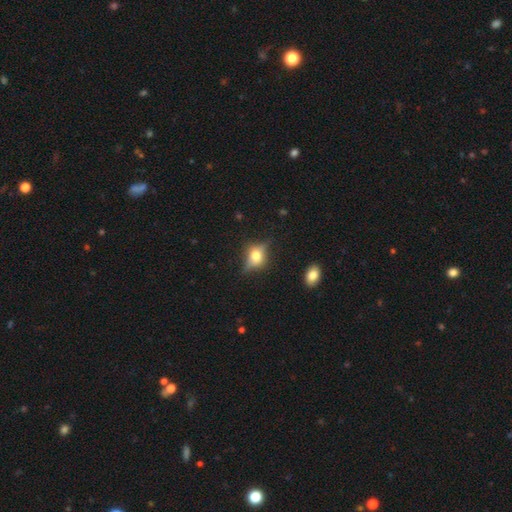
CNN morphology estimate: Overall: featured or disk (45%; smooth 43%). Merging: none (71%).